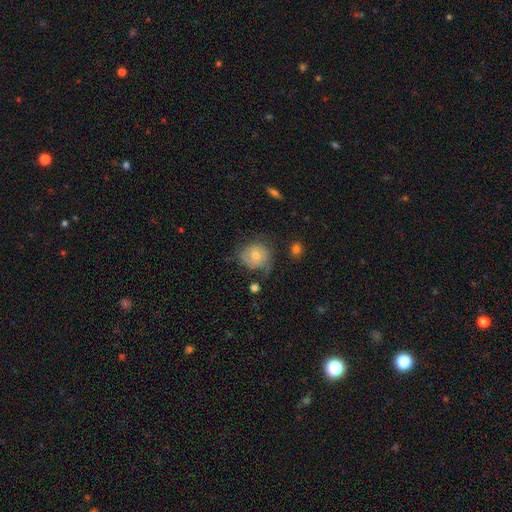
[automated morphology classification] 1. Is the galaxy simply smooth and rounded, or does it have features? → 49% smooth, 43% featured or disk, 8% star or artifact.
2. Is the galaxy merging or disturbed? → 50% none, 29% minor disturbance, 17% major disturbance, 3% merger.